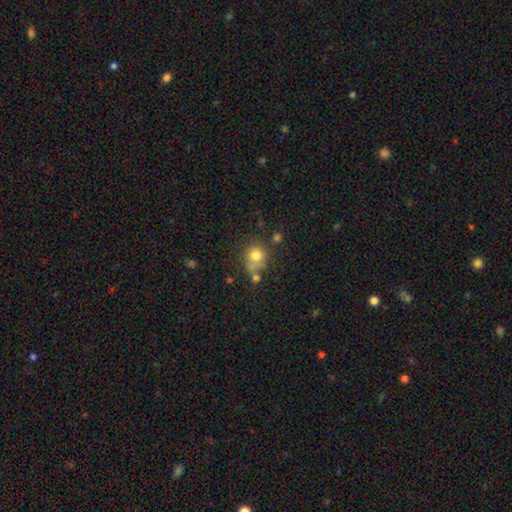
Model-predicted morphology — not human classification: This appears to be a smooth galaxy with no disk features (76%) that is round (79%). Merging: none (49%).